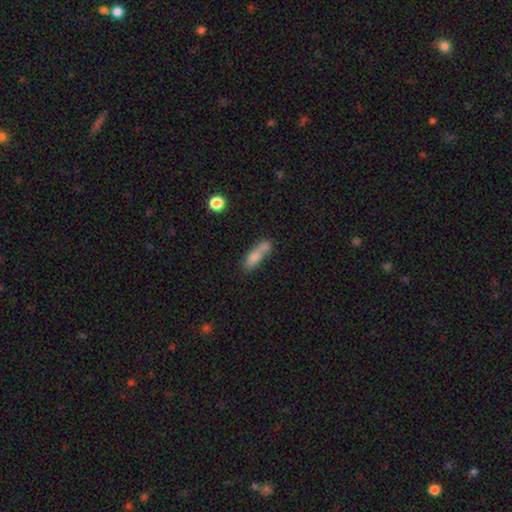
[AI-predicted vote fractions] smooth 74%, featured or disk 16%, star or artifact 10%. Down the decision tree: how rounded — in between (50%); merging — merger (40%).